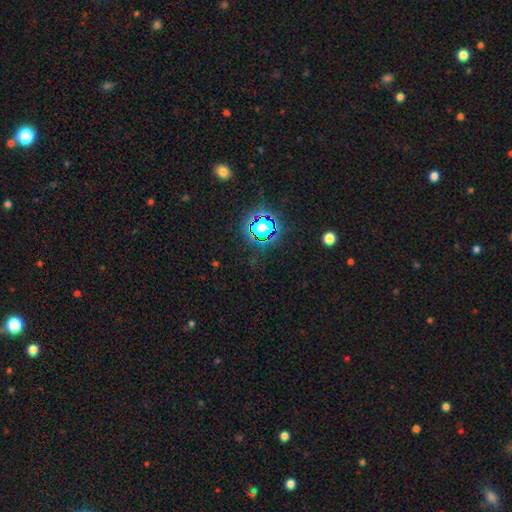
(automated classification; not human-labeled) A star or artifact, not a galaxy (78%).

Vote fractions:
- Smooth or featured? star or artifact: 78% / smooth: 15% / featured or disk: 7%